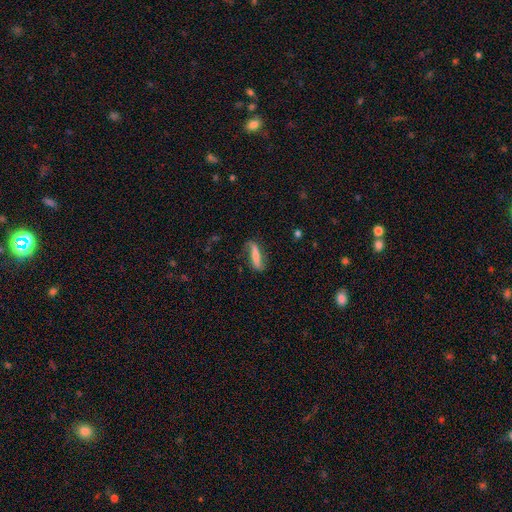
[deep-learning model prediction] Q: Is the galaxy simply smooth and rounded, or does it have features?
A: smooth — 49%.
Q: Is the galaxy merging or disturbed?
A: none — 67%.